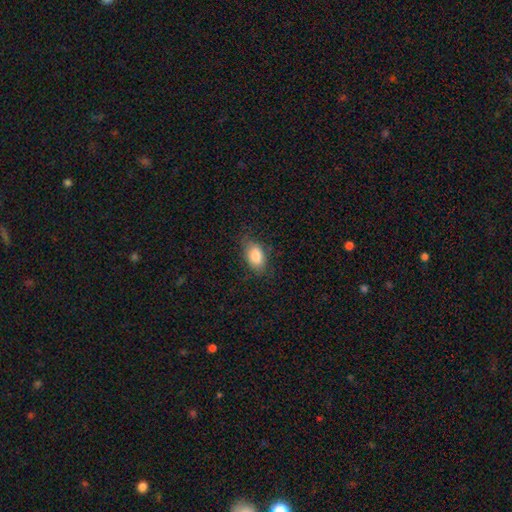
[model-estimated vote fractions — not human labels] Smooth or featured? smooth (84%)
How rounded? in between (89%)
Merging? none (75%)